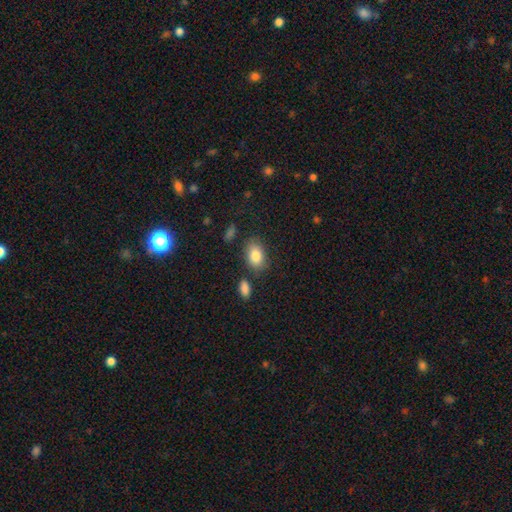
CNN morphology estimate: This appears to be a smooth galaxy with no disk features (84%) that is in between round and cigar-shaped (84%). Merging: none (77%).